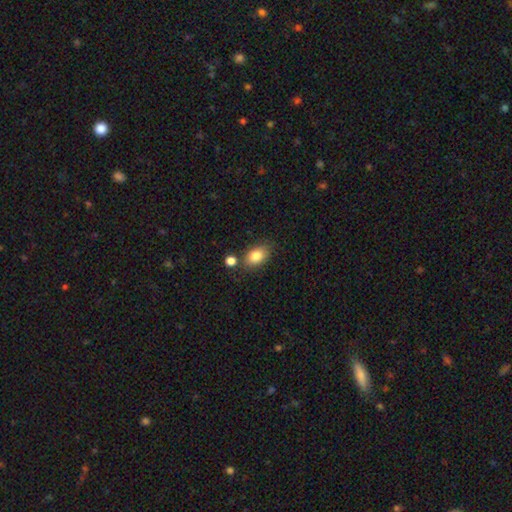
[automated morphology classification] Smooth or featured: smooth — 83% (featured or disk — 9%)
How rounded: in between — 85% (round — 13%)
Merging: none — 74% (minor disturbance — 14%)